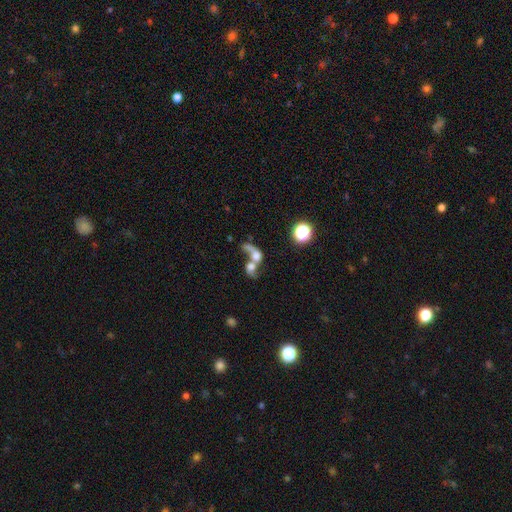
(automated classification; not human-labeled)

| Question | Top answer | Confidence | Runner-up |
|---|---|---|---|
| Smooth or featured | featured or disk | 43% | tied: smooth (43%) |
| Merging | merger | 75% | major disturbance (11%) |